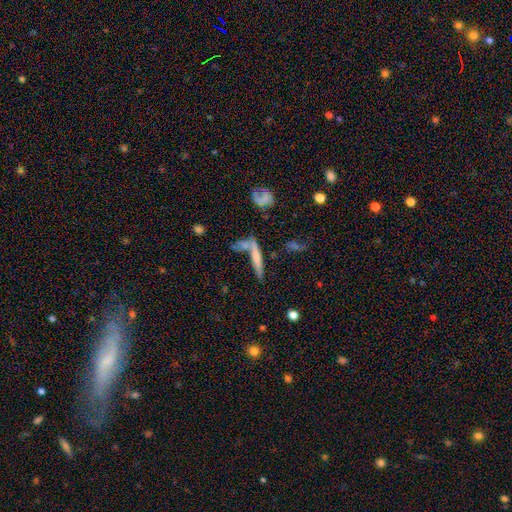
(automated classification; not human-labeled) This is possibly a smooth galaxy (53%). How rounded: clearly cigar-shaped (86%). Merging: possibly none (47%).